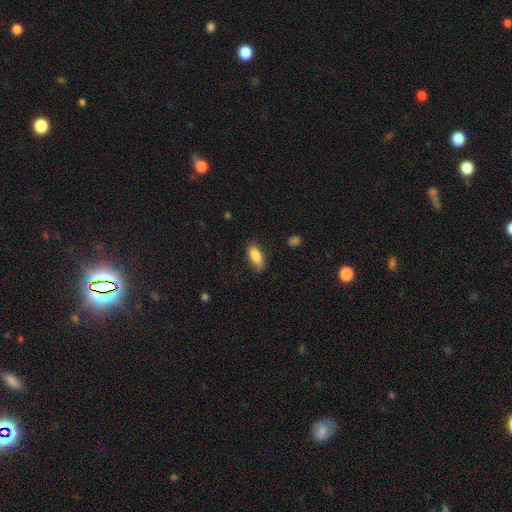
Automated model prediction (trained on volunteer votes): Smooth or featured?
  - smooth: 85% *
  - featured or disk: 8%
  - star or artifact: 7%
How rounded?
  - in between: 83% *
  - cigar-shaped: 14%
  - round: 2%
Merging?
  - none: 82% *
  - minor disturbance: 14%
  - major disturbance: 3%
  - merger: 1%